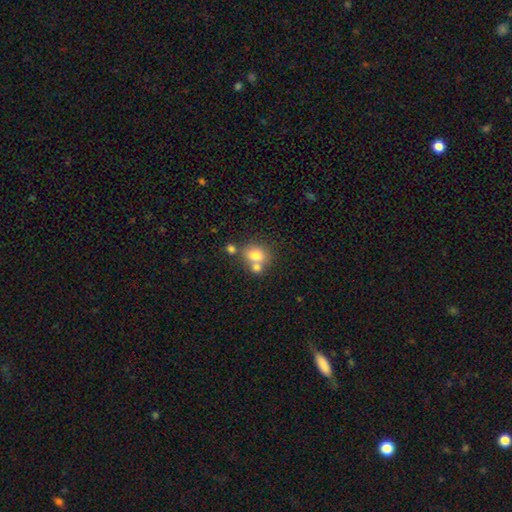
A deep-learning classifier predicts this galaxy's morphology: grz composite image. It shows a smooth galaxy with no disk features (76%) that is round (66%). Merging: none (45%).